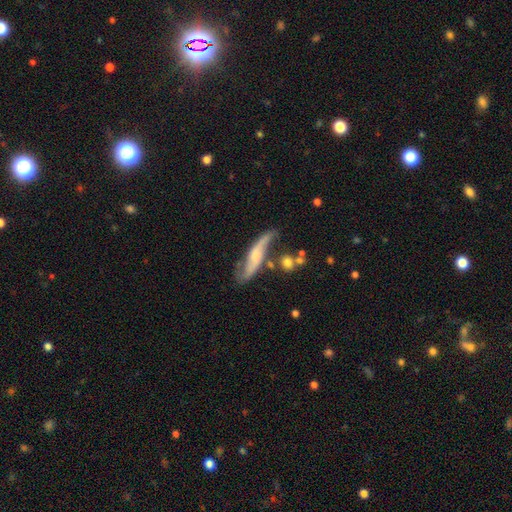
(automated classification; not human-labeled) Smooth or featured? Predicted: featured or disk (p=0.73). Edge-on disk? Predicted: no (p=0.73). Bar? Predicted: no (p=0.53). Spiral arms? Predicted: yes (p=0.91). Bulge size? Predicted: small (p=0.43). Merging? Predicted: none (p=0.54).